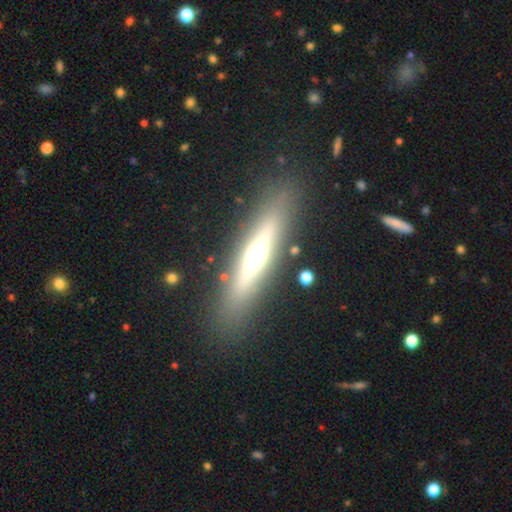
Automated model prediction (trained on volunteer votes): Smooth or featured?
  - featured or disk: 55% *
  - smooth: 37%
  - star or artifact: 8%
Edge-on disk?
  - yes: 86% *
  - no: 14%
Merging?
  - none: 87% *
  - minor disturbance: 8%
  - major disturbance: 3%
  - merger: 2%